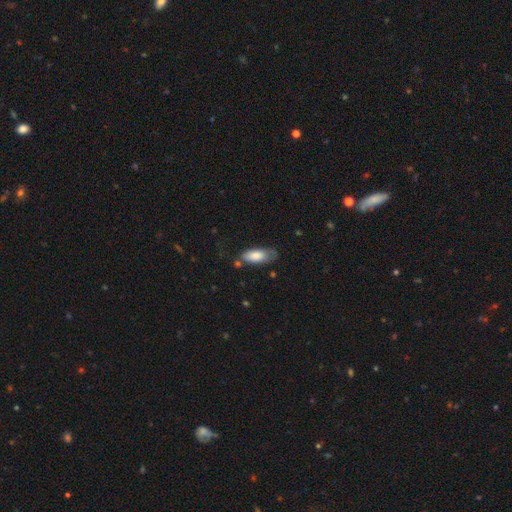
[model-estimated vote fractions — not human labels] Morphology: type=smooth (80%); roundness=in between (83%); merging=none (54%).